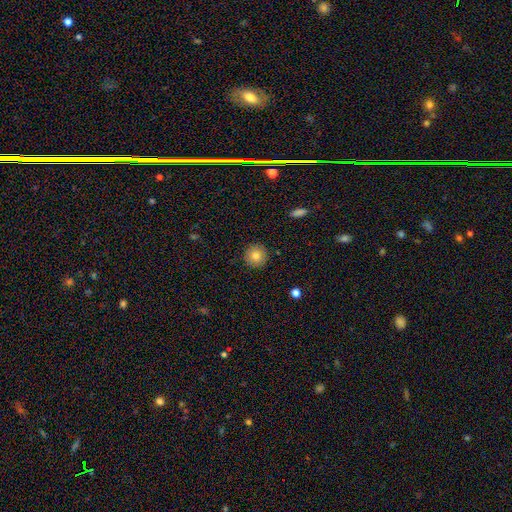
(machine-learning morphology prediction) Smooth or featured? Predicted: smooth (p=0.81). How rounded? Predicted: round (p=0.95). Merging? Predicted: none (p=0.91).